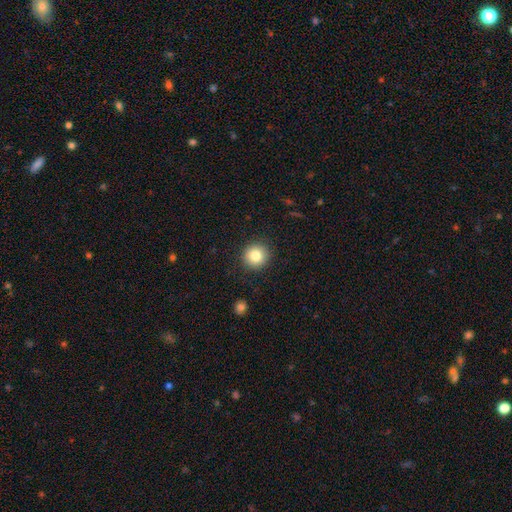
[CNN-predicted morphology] Smooth or featured?
  - smooth: 83% *
  - star or artifact: 10%
  - featured or disk: 7%
How rounded?
  - round: 92% *
  - in between: 7%
  - cigar-shaped: 1%
Merging?
  - none: 90% *
  - minor disturbance: 6%
  - major disturbance: 2%
  - merger: 1%